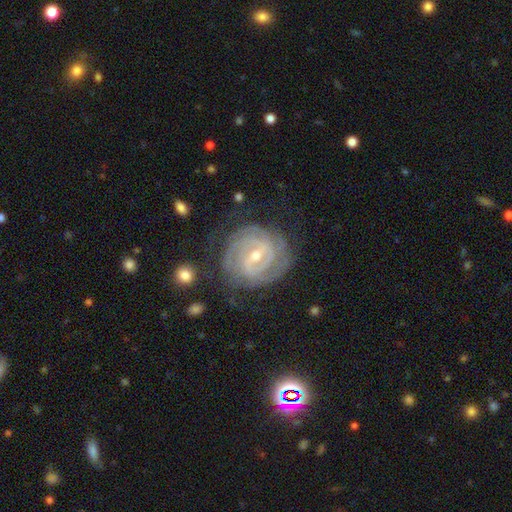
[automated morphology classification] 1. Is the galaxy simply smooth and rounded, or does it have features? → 89% featured or disk, 6% smooth, 5% star or artifact.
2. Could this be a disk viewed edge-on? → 97% no, 3% yes.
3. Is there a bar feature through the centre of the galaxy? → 50% weak, 36% strong, 15% no.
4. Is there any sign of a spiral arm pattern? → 97% yes, 3% no.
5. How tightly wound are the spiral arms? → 77% tight, 20% medium, 3% loose.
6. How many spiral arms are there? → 45% 2, 21% can't tell, 18% 3, 8% 4, 4% more than 4, 4% 1.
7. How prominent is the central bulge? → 54% small, 43% moderate, 1% large, 1% none, 1% dominant.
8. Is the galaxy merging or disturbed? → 76% none, 16% minor disturbance, 7% major disturbance, 1% merger.